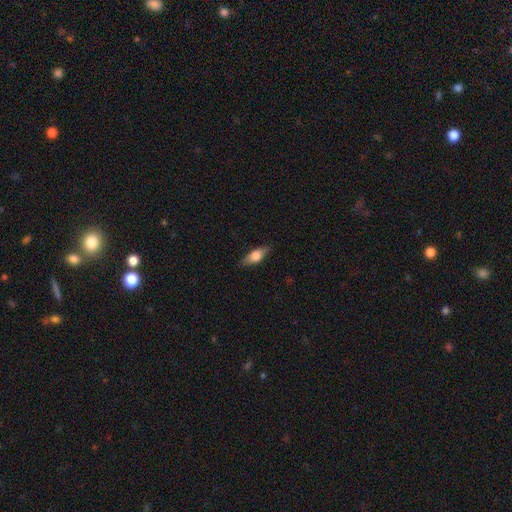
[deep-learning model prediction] smooth 61%, featured or disk 33%, star or artifact 7%. Down the decision tree: how rounded — in between (70%); merging — none (85%).